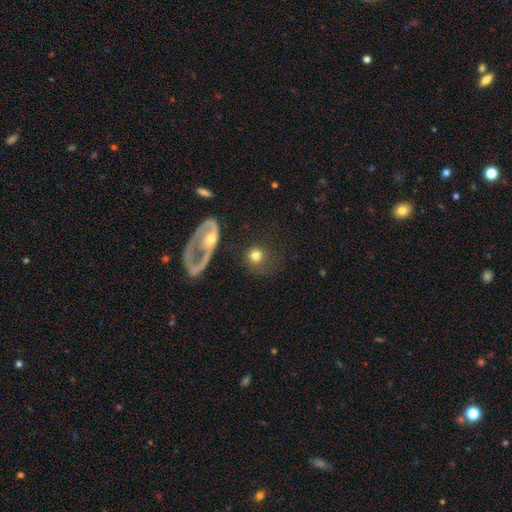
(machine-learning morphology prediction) Overall: smooth (73%). How rounded: round (89%). Merging: none (63%).